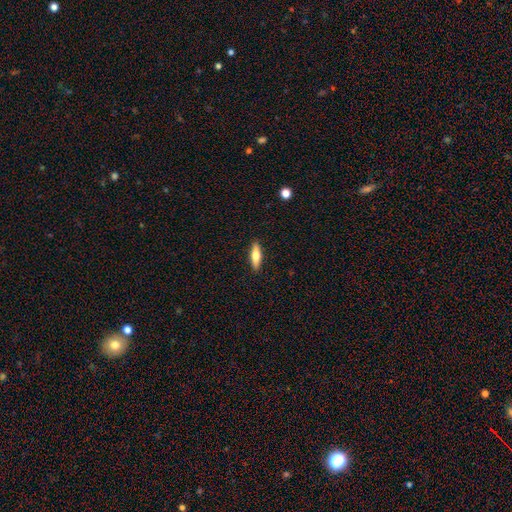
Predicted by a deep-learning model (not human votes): Overall: smooth (62%; featured or disk 32%). How rounded: cigar-shaped (59%; in between 39%). Merging: none (90%).